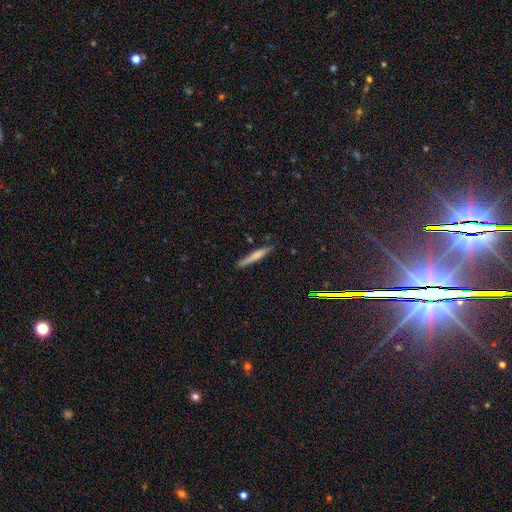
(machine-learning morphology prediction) A smooth galaxy with no disk features (67%) that is cigar-shaped (94%). Merging: none (81%).